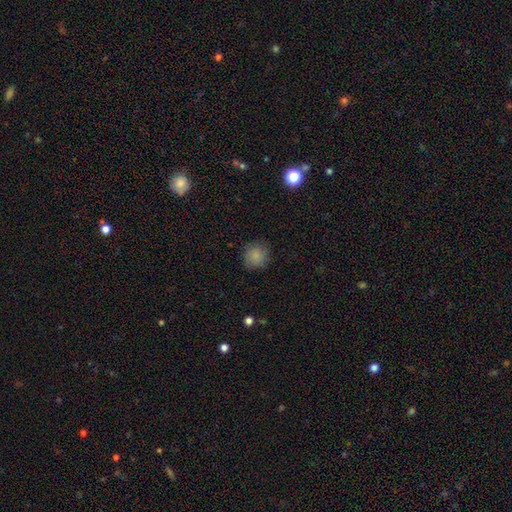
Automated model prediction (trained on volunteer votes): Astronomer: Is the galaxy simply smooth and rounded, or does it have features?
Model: smooth — 86%.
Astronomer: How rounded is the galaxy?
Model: round — 90%.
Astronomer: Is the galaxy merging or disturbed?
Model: none — 85%.